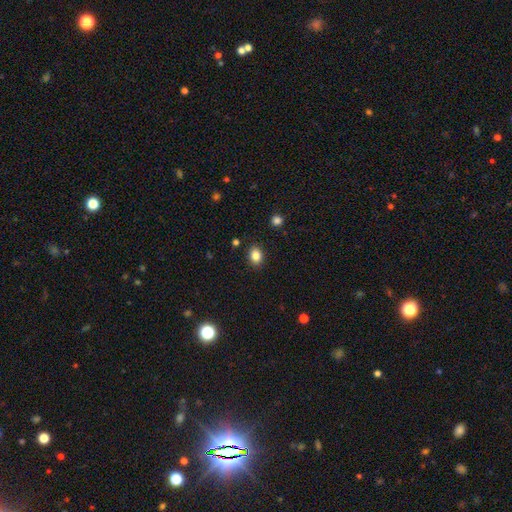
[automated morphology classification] smooth 85%, star or artifact 10%, featured or disk 5%. Down the decision tree: how rounded — in between (65%); merging — none (88%).